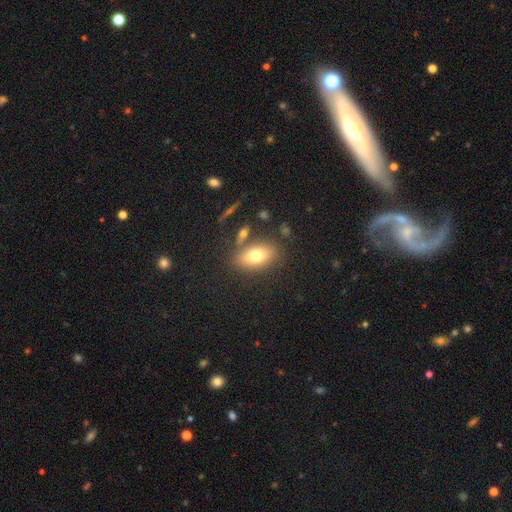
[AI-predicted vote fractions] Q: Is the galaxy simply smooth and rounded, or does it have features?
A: smooth — 72%.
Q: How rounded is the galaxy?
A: in between — 84%.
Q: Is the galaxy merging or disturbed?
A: none — 73%.